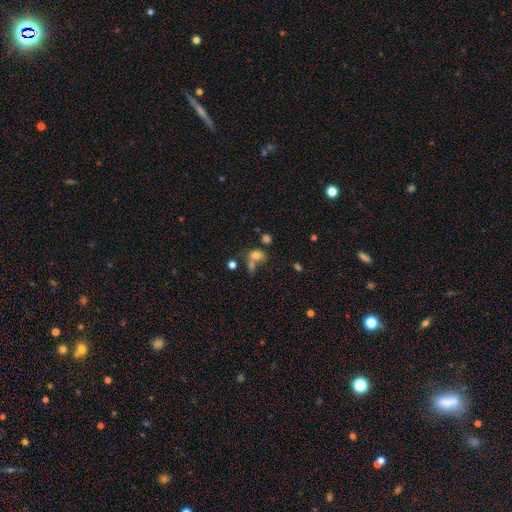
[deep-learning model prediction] Morphology: type=smooth (70%); roundness=in between (61%); merging=merger (43%).